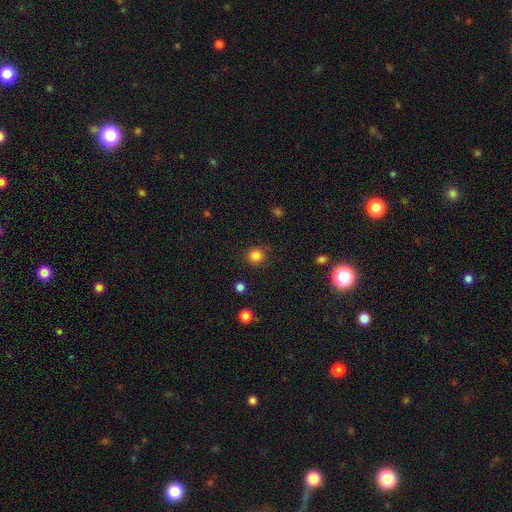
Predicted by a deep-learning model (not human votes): Smooth or featured? smooth (84%)
How rounded? round (92%)
Merging? none (87%)